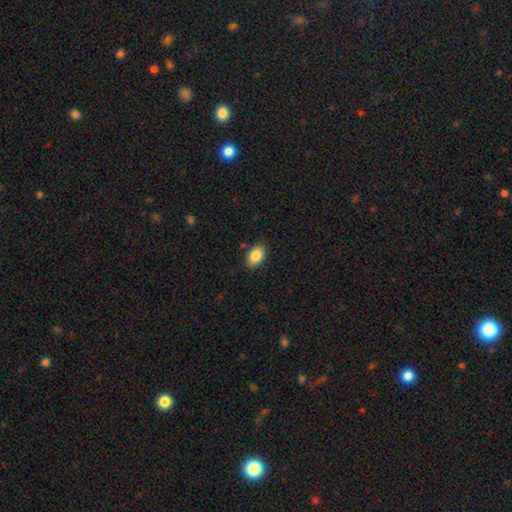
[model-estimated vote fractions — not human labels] smooth-or-featured: smooth: 86% | star or artifact: 7% | featured or disk: 6%
  how-rounded: in between: 92% | round: 7% | cigar-shaped: 1%
  merging: none: 86% | minor disturbance: 10% | major disturbance: 2% | merger: 1%